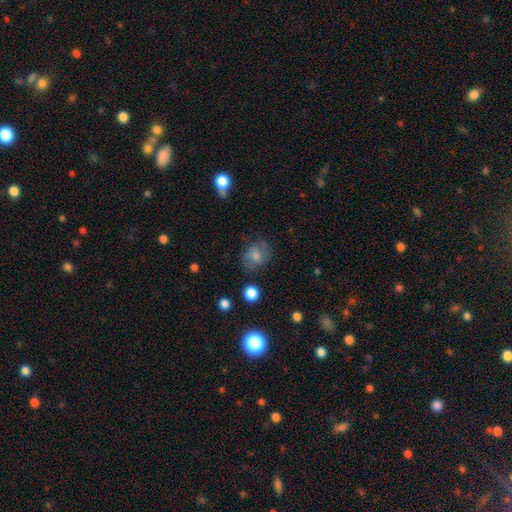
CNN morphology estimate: Smooth or featured?
  - smooth: 55% *
  - featured or disk: 30%
  - star or artifact: 15%
How rounded?
  - round: 53% *
  - in between: 46%
  - cigar-shaped: 1%
Merging?
  - none: 69% *
  - minor disturbance: 19%
  - major disturbance: 9%
  - merger: 2%